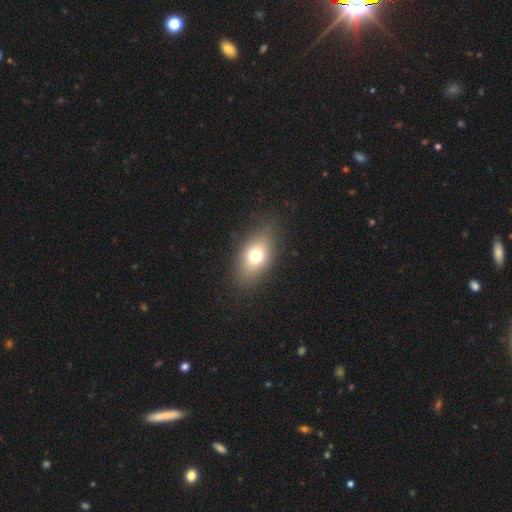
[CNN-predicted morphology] Overall: smooth (71%). How rounded: in between (82%). Merging: none (82%).